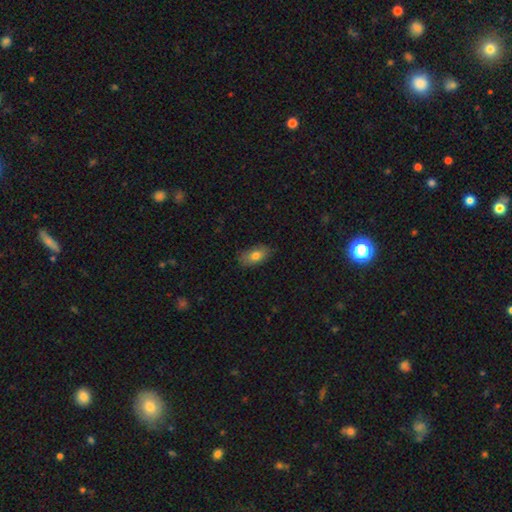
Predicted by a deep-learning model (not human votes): A smooth galaxy with no disk features (77%) that is in between round and cigar-shaped (90%).

Vote fractions:
- Smooth or featured? smooth: 77% / featured or disk: 16% / star or artifact: 8%
- How rounded? in between: 90% / round: 6% / cigar-shaped: 5%
- Merging? none: 80% / minor disturbance: 17% / major disturbance: 3% / merger: 1%